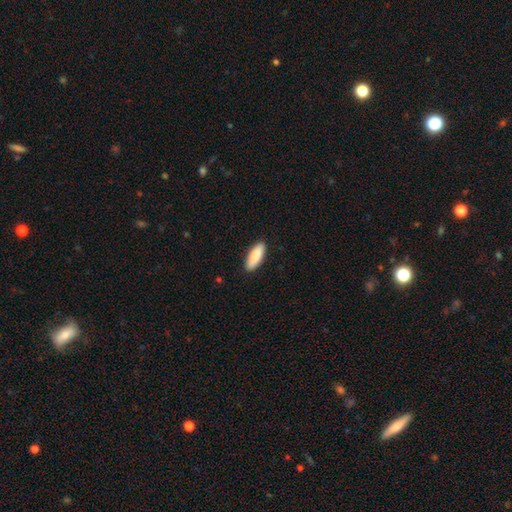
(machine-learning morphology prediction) smooth-or-featured: smooth: 88% | featured or disk: 6% | star or artifact: 5%
  how-rounded: in between: 68% | cigar-shaped: 30% | round: 2%
  merging: none: 89% | minor disturbance: 8% | major disturbance: 2% | merger: 1%